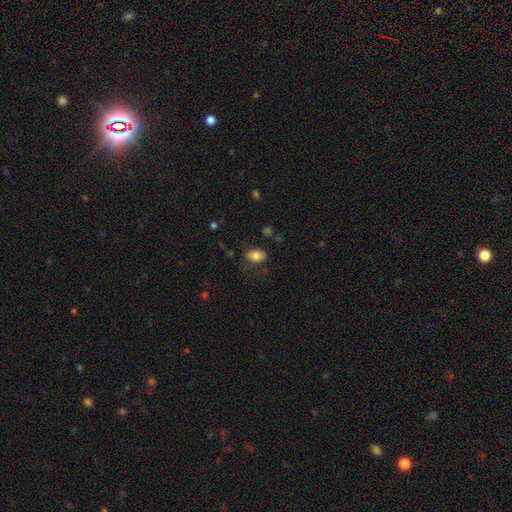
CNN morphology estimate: smooth_or_featured: smooth (p=0.80) [alt: featured or disk p=0.11]
how_rounded: in between (p=0.84) [alt: round p=0.15]
merging: none (p=0.69) [alt: minor disturbance p=0.21]